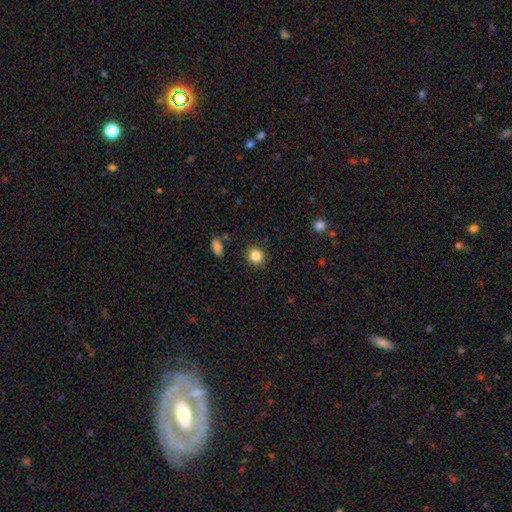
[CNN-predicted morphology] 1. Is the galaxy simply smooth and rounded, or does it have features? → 85% smooth, 10% star or artifact, 5% featured or disk.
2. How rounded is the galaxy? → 85% round, 14% in between, 1% cigar-shaped.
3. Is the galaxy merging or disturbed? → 89% none, 7% minor disturbance, 2% major disturbance, 2% merger.